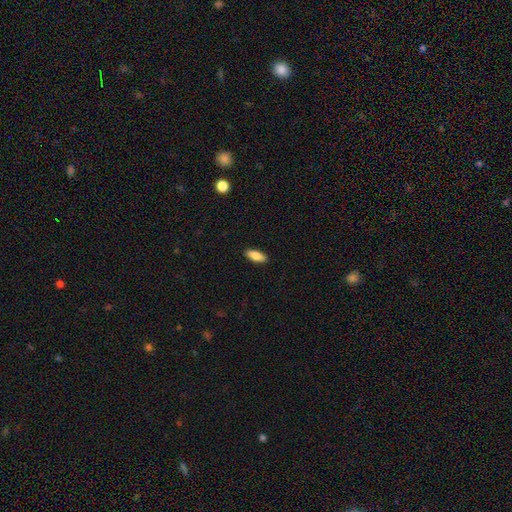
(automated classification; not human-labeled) smooth 84%, featured or disk 10%, star or artifact 6%. Down the decision tree: how rounded — in between (75%); merging — none (90%).